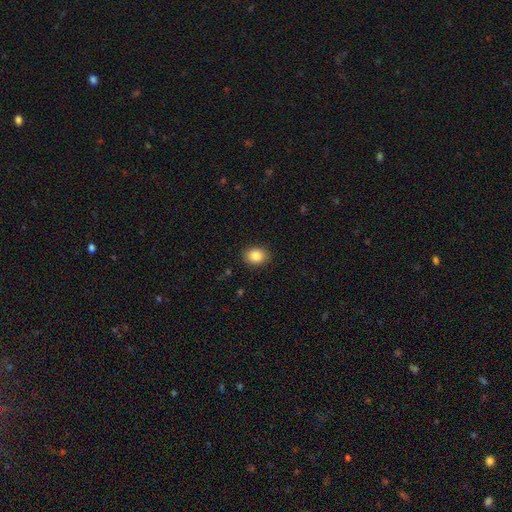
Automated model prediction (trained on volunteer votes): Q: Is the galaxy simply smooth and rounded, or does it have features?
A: smooth — 86%.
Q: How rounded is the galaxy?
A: in between — 56%.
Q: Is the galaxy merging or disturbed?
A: none — 89%.